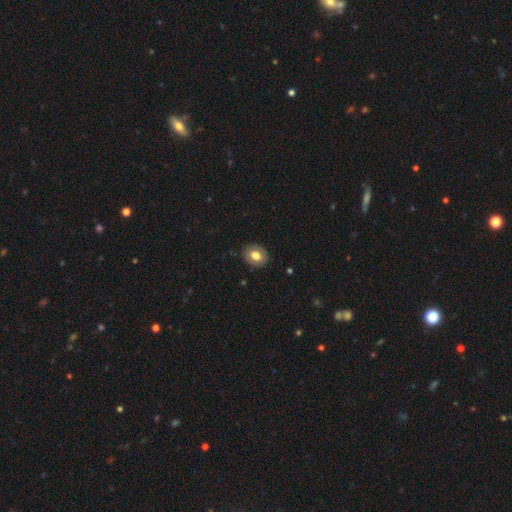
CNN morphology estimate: Smooth or featured: smooth — 77% (featured or disk — 15%)
How rounded: round — 56% (in between — 43%)
Merging: none — 87% (minor disturbance — 9%)